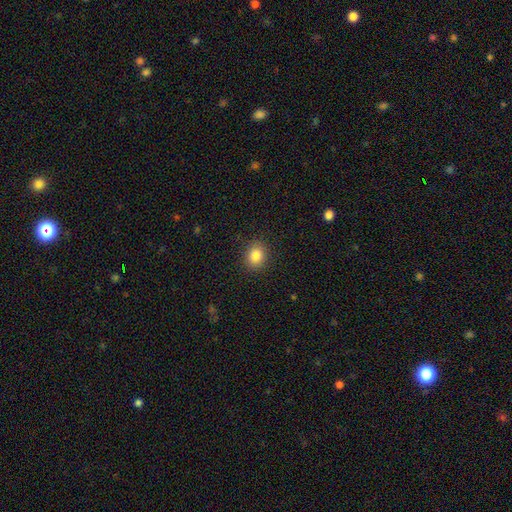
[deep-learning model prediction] Smooth or featured?
  - smooth: 85% *
  - star or artifact: 10%
  - featured or disk: 5%
How rounded?
  - round: 65% *
  - in between: 34%
  - cigar-shaped: 1%
Merging?
  - none: 89% *
  - minor disturbance: 7%
  - major disturbance: 2%
  - merger: 1%